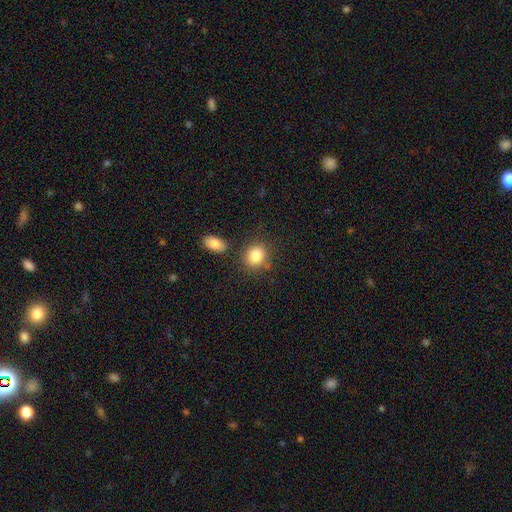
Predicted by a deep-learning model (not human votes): Smooth or featured? Predicted: smooth (p=0.85). How rounded? Predicted: round (p=0.71). Merging? Predicted: none (p=0.75).